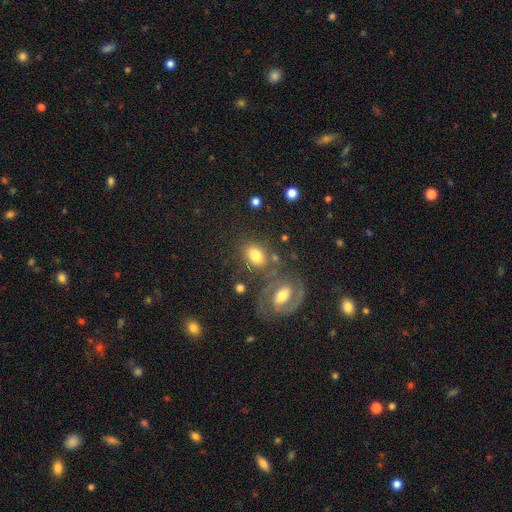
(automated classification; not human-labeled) This is likely a smooth galaxy (68%). How rounded: likely in between (73%). Merging: likely none (62%).